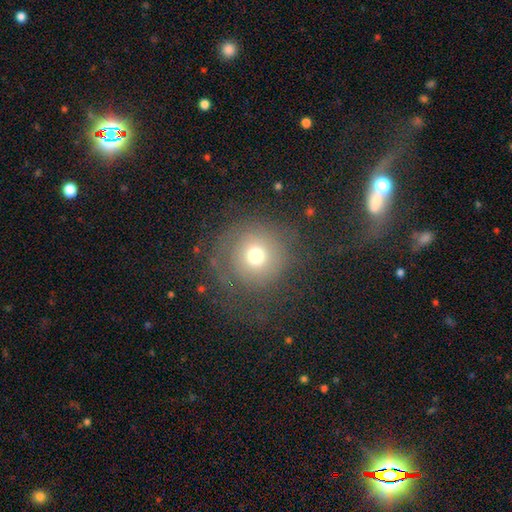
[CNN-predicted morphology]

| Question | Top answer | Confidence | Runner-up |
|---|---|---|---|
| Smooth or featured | smooth | 61% | featured or disk (23%) |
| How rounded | round | 95% | in between (5%) |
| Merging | none | 68% | major disturbance (16%) |